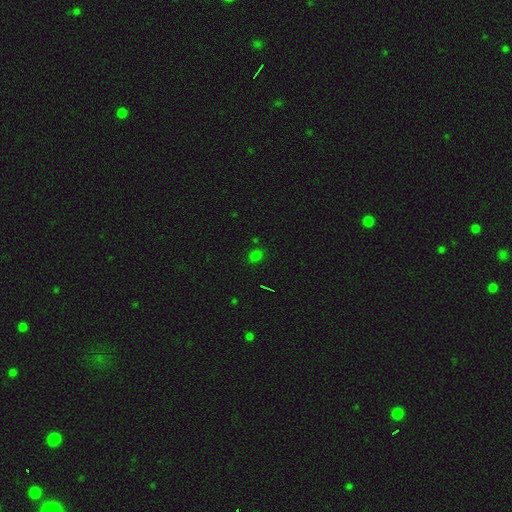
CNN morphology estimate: A smooth galaxy with no disk features (71%) that is in between round and cigar-shaped (58%).

Vote fractions:
- Smooth or featured? smooth: 71% / star or artifact: 24% / featured or disk: 5%
- How rounded? in between: 58% / round: 40% / cigar-shaped: 2%
- Merging? none: 84% / minor disturbance: 11% / major disturbance: 3% / merger: 2%